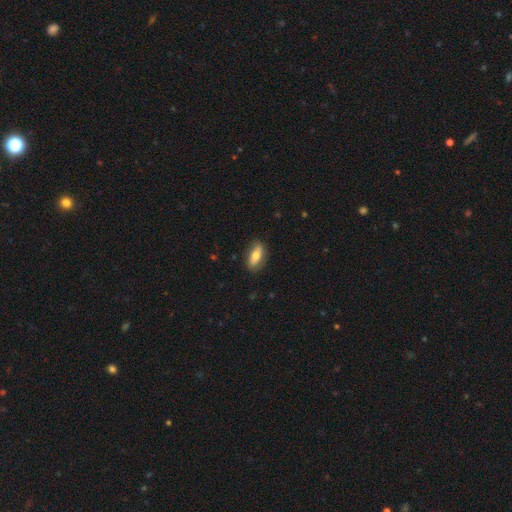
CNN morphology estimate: Smooth or featured: smooth — 71% (featured or disk — 22%)
How rounded: in between — 82% (cigar-shaped — 14%)
Merging: none — 82% (minor disturbance — 14%)